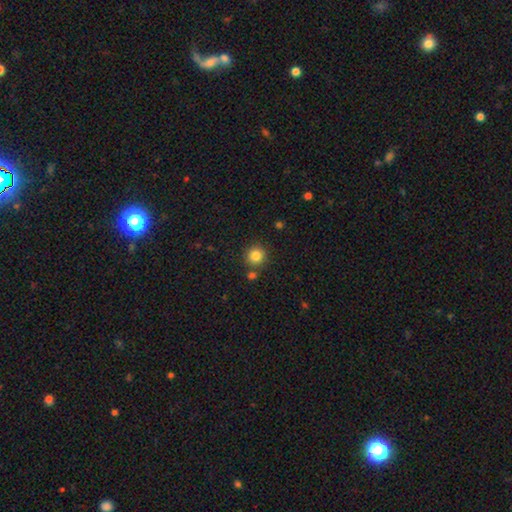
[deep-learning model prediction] Smooth or featured: smooth — 84% (star or artifact — 11%)
How rounded: round — 94% (in between — 5%)
Merging: none — 82% (merger — 8%)